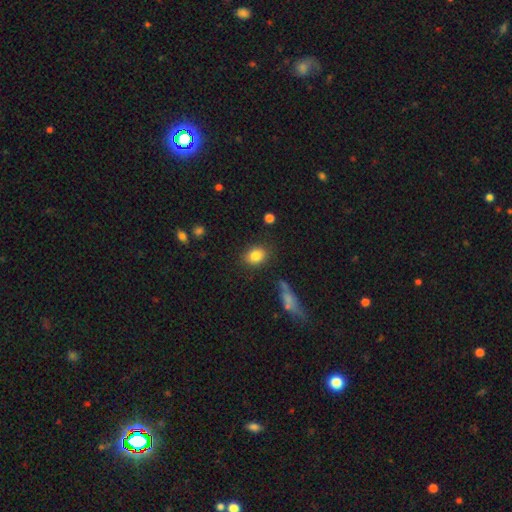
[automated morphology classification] This appears to be a smooth galaxy with no disk features (84%) that is in between round and cigar-shaped (57%). Merging: none (83%).